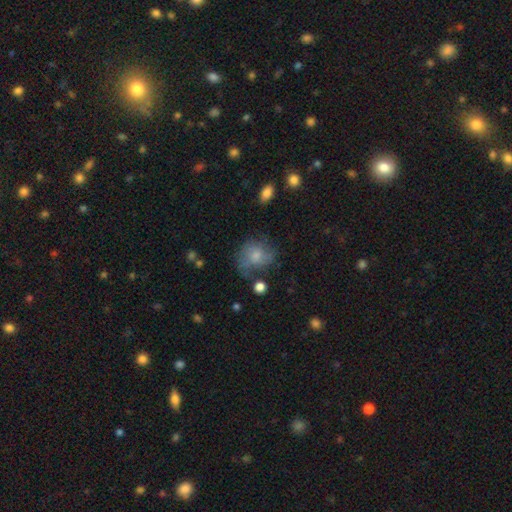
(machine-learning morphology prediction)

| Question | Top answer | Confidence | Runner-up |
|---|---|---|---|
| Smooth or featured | smooth | 58% | featured or disk (33%) |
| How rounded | round | 65% | in between (34%) |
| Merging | none | 47% | minor disturbance (28%) |